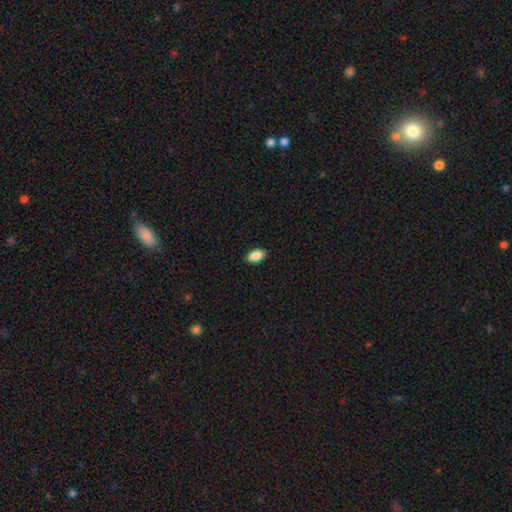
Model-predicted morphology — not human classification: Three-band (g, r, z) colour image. It shows a smooth galaxy with no disk features (89%) that is in between round and cigar-shaped (93%). Merging: none (89%).